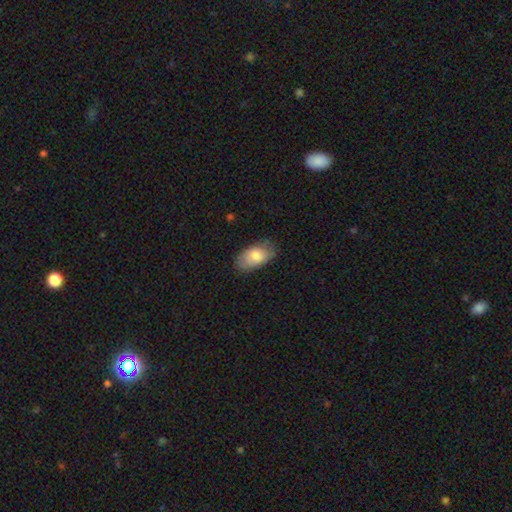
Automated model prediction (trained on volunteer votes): Smooth or featured: smooth — 77% (featured or disk — 17%)
How rounded: in between — 94% (round — 4%)
Merging: none — 72% (minor disturbance — 22%)